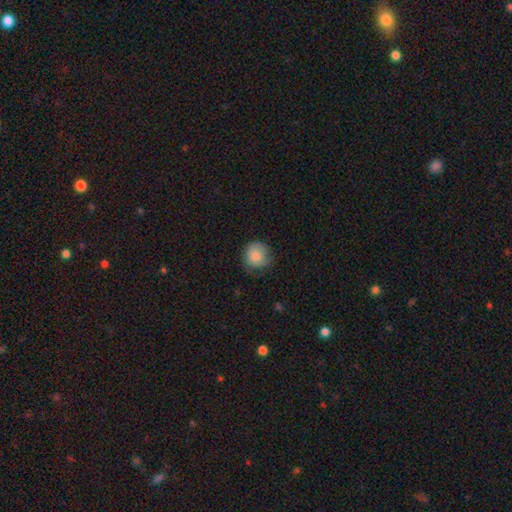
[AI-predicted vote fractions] smooth-or-featured: smooth: 84% | featured or disk: 8% | star or artifact: 8%
  how-rounded: round: 90% | in between: 9% | cigar-shaped: 1%
  merging: none: 68% | minor disturbance: 25% | major disturbance: 6% | merger: 1%